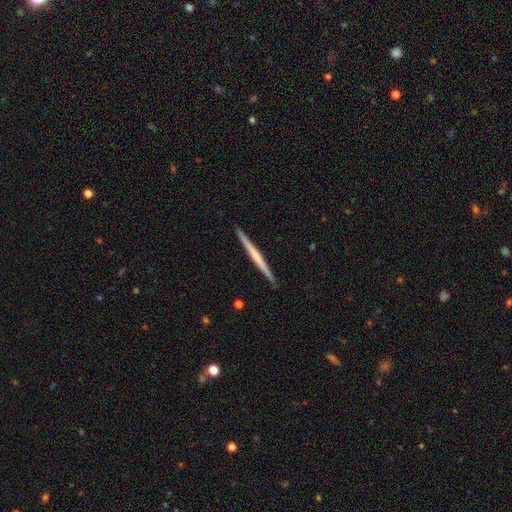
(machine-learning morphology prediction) Q: Smooth or featured?
A: featured or disk (60%); runner-up: smooth (35%)
Q: Edge-on disk?
A: yes (98%); runner-up: no (2%)
Q: Edge-on bulge?
A: none (67%); runner-up: rounded (25%)
Q: Merging?
A: none (93%); runner-up: minor disturbance (5%)